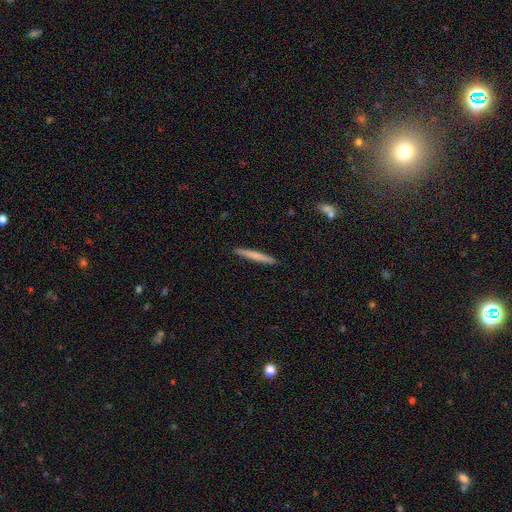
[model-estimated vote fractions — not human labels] This appears to be a smooth galaxy with no disk features (69%) that is cigar-shaped (96%). Merging: none (92%).